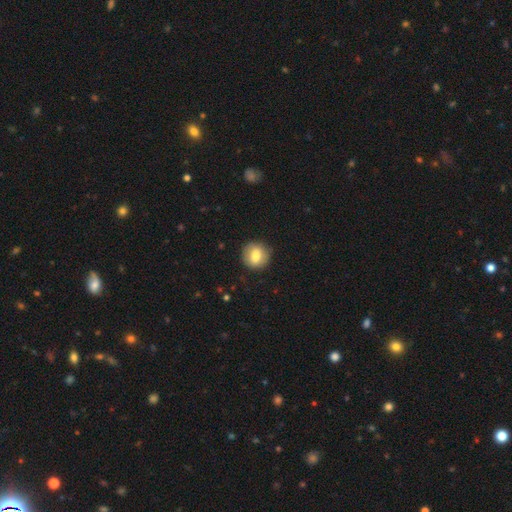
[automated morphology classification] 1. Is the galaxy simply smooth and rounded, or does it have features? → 77% smooth, 15% featured or disk, 8% star or artifact.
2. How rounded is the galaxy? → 85% round, 14% in between, 1% cigar-shaped.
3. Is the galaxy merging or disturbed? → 87% none, 10% minor disturbance, 3% major disturbance, 1% merger.